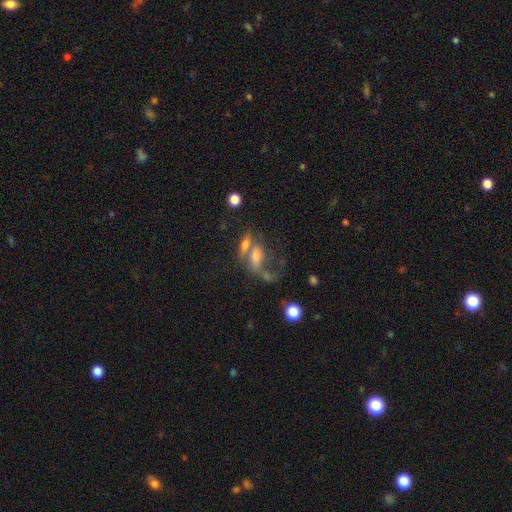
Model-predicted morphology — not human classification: featured or disk 43%, smooth 40%, star or artifact 17%. Down the decision tree: merging — merger (41%).